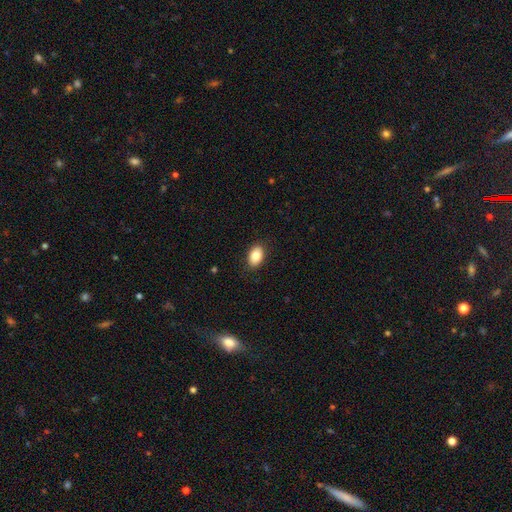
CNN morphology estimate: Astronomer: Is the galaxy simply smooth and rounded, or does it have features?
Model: smooth — 84%.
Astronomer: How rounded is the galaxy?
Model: in between — 87%.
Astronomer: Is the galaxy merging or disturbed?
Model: none — 88%.